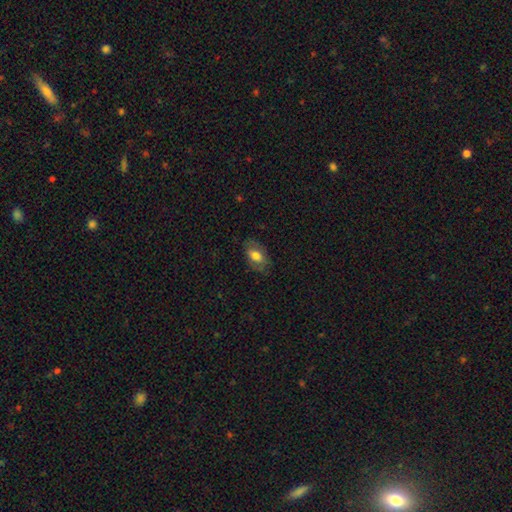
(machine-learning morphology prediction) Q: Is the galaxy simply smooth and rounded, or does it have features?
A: smooth — 68%.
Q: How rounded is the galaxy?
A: in between — 91%.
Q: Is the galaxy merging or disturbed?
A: none — 76%.